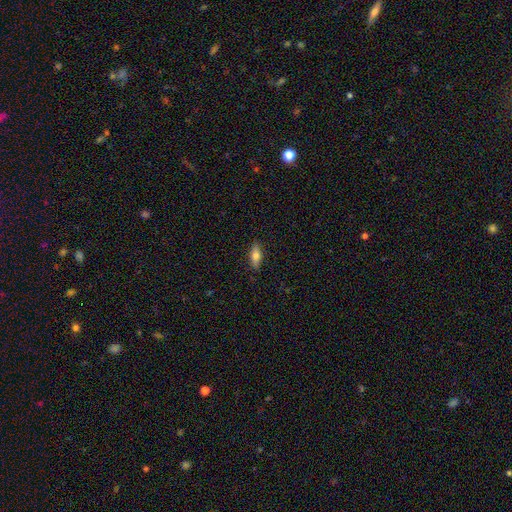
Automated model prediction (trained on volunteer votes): A smooth galaxy with no disk features (70%) that is in between round and cigar-shaped (65%). Merging: none (88%).